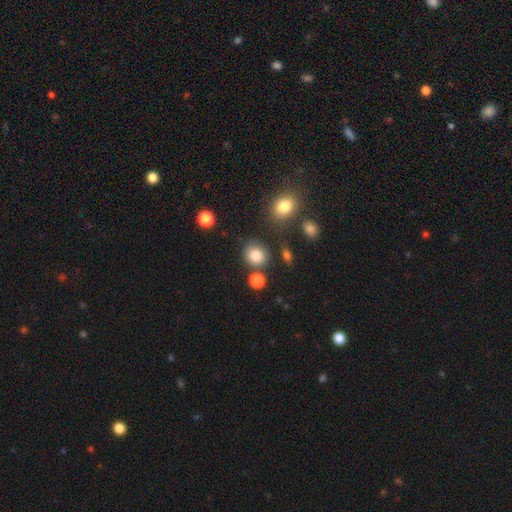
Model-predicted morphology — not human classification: smooth_or_featured: smooth (p=0.83) [alt: star or artifact p=0.11]
how_rounded: round (p=0.76) [alt: in between p=0.23]
merging: none (p=0.77) [alt: minor disturbance p=0.11]